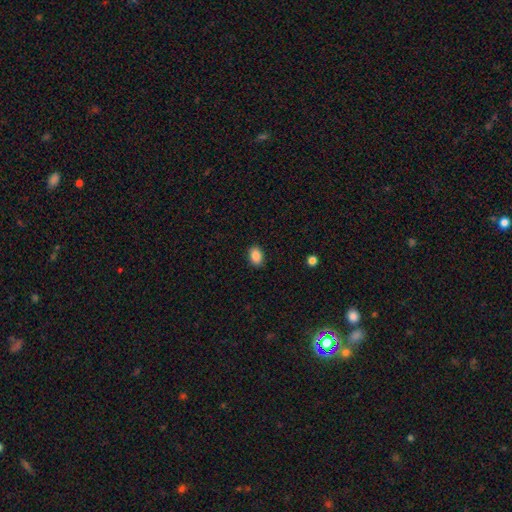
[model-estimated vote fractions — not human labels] Morphology: type=smooth (88%); roundness=in between (83%); merging=none (90%).